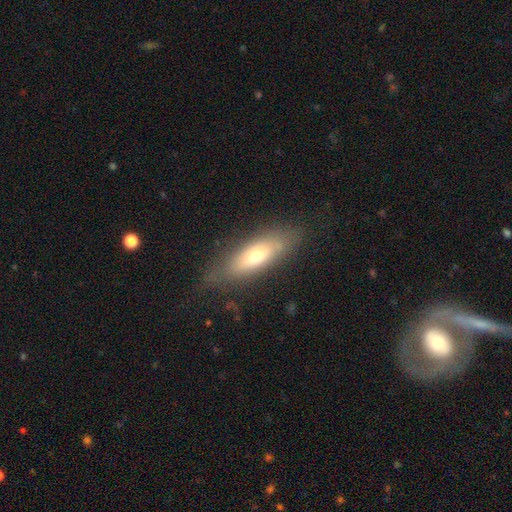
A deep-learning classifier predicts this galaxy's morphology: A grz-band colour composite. It shows a smooth galaxy with no disk features (58%) that is in between round and cigar-shaped (54%). Merging: none (73%).